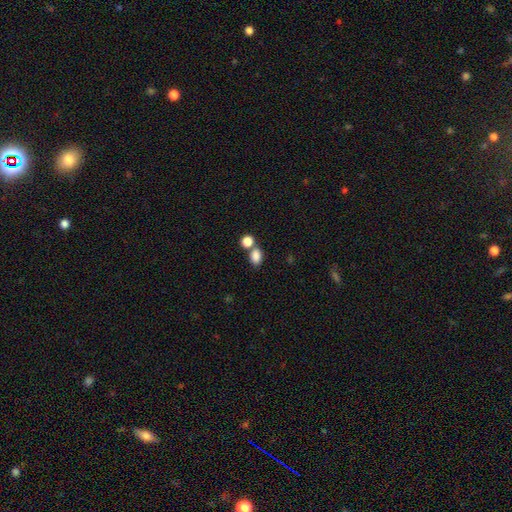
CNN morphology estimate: Smooth or featured? Predicted: smooth (p=0.84). How rounded? Predicted: in between (p=0.74). Merging? Predicted: none (p=0.52).